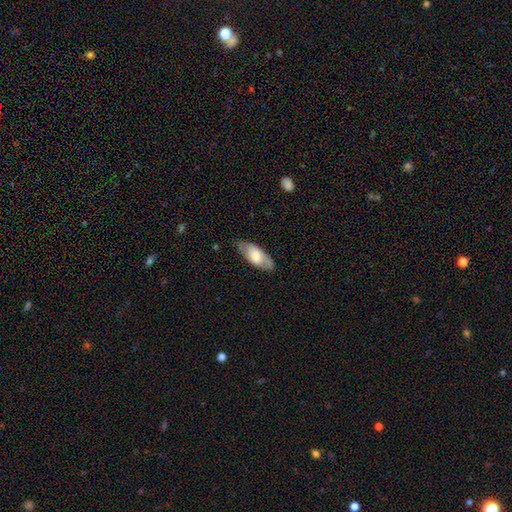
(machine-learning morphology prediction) The model was most divided on "smooth or featured": smooth: 57%, featured or disk: 37%, star or artifact: 6%. More confident: how rounded — in between (81%); merging — none (77%).